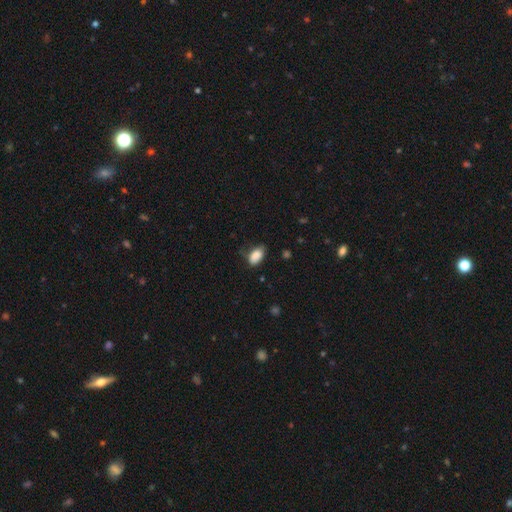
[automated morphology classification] Smooth or featured: smooth — 87% (star or artifact — 8%)
How rounded: in between — 92% (round — 6%)
Merging: none — 58% (minor disturbance — 32%)